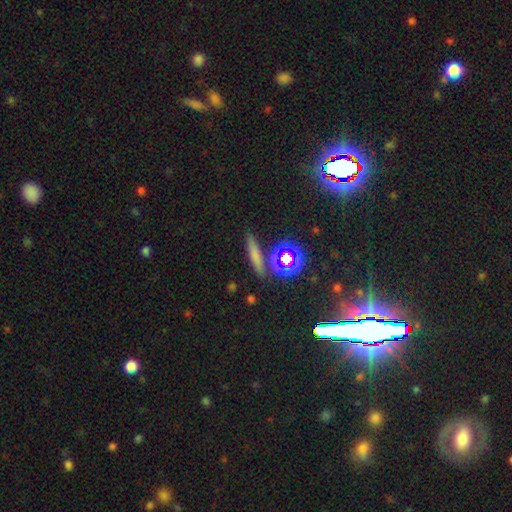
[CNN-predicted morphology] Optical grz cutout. It shows a smooth galaxy with no disk features (62%) that is cigar-shaped (78%). Merging: none (83%).